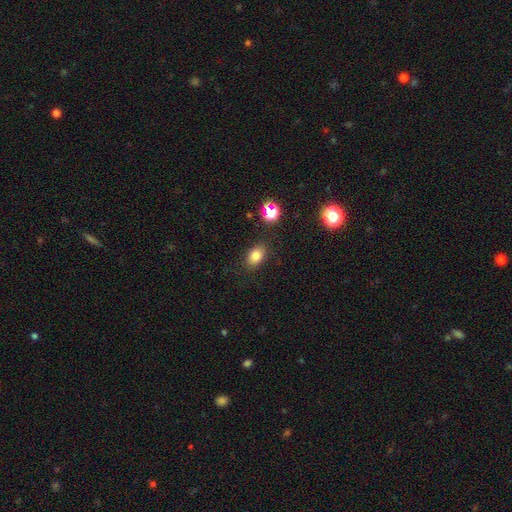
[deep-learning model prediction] This is likely a smooth galaxy (79%). How rounded: likely in between (78%). Merging: clearly none (85%).